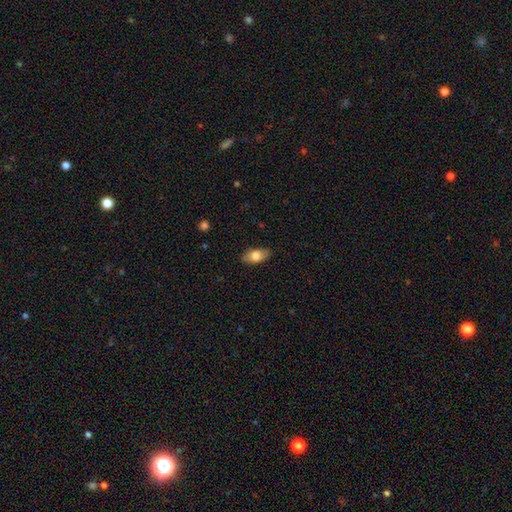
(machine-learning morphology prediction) Smooth or featured? Predicted: smooth (p=0.77). How rounded? Predicted: in between (p=0.90). Merging? Predicted: none (p=0.85).